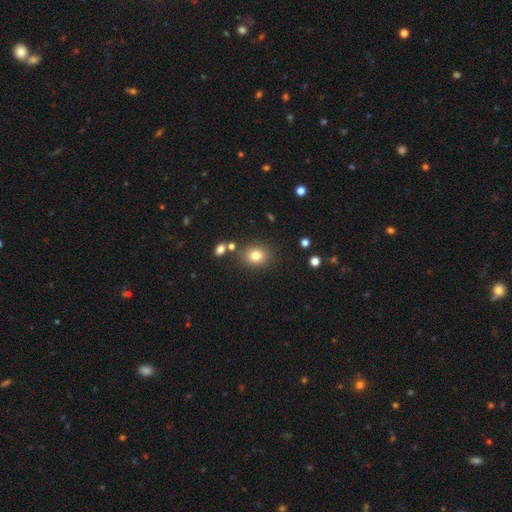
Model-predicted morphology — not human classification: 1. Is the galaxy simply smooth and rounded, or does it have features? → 80% smooth, 12% star or artifact, 8% featured or disk.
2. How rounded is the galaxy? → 61% round, 38% in between, 1% cigar-shaped.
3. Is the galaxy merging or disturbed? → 81% none, 10% minor disturbance, 6% merger, 3% major disturbance.